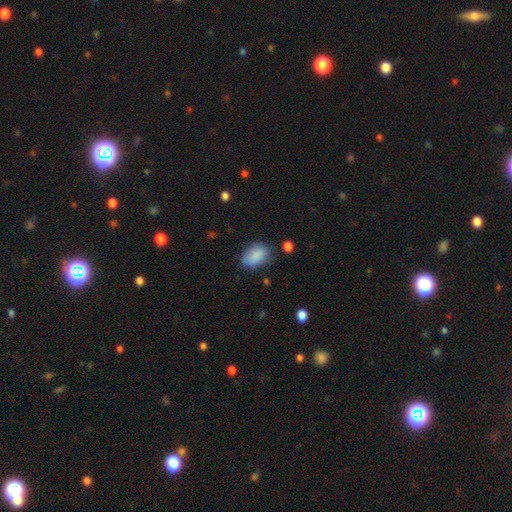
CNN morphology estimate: smooth-or-featured: smooth: 88% | star or artifact: 8% | featured or disk: 5%
  how-rounded: in between: 86% | round: 13% | cigar-shaped: 1%
  merging: none: 72% | minor disturbance: 21% | major disturbance: 5% | merger: 2%